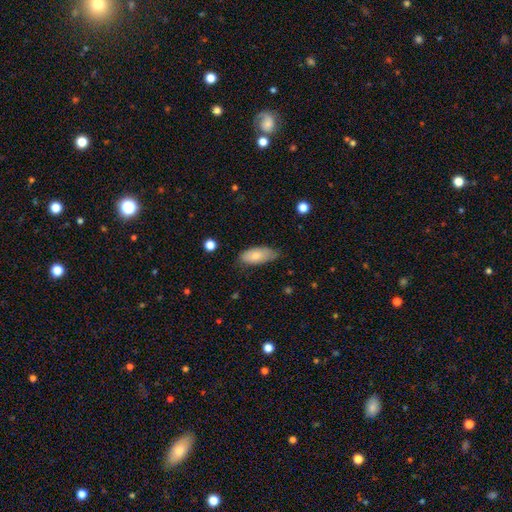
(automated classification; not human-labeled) A smooth galaxy with no disk features (79%) that is in between round and cigar-shaped (87%). Merging: none (64%).